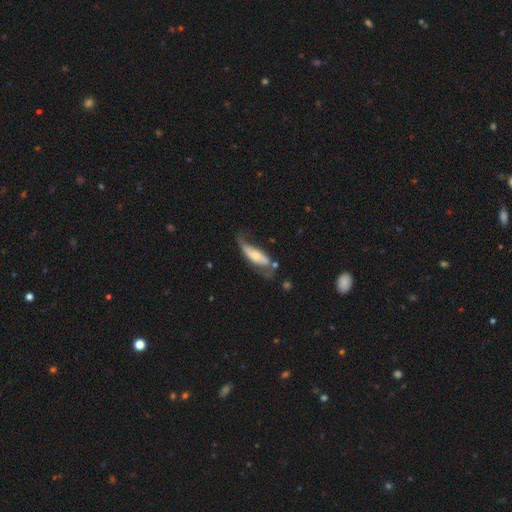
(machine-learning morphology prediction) featured or disk 50%, smooth 44%, star or artifact 6%. Down the decision tree: merging — none (38%).